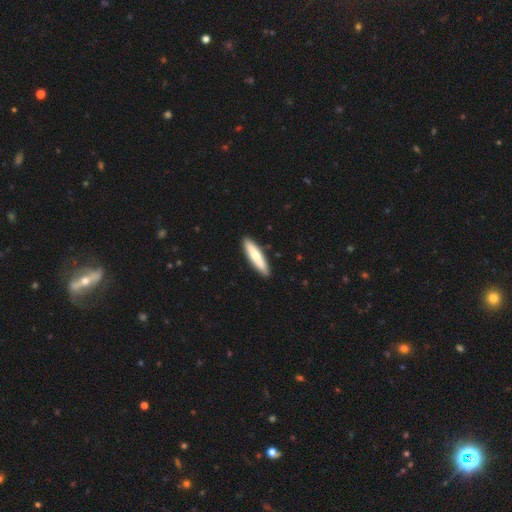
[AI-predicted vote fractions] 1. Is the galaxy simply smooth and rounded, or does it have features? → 64% smooth, 31% featured or disk, 5% star or artifact.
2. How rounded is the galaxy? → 76% cigar-shaped, 23% in between, 2% round.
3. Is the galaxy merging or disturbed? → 90% none, 7% minor disturbance, 1% major disturbance, 1% merger.